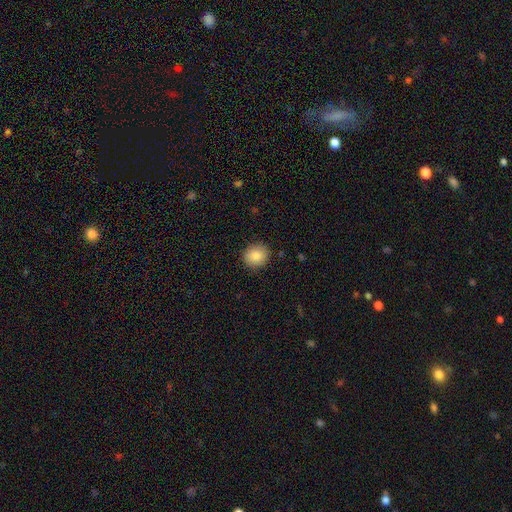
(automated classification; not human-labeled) smooth 85%, star or artifact 8%, featured or disk 7%. Down the decision tree: how rounded — round (82%); merging — none (89%).